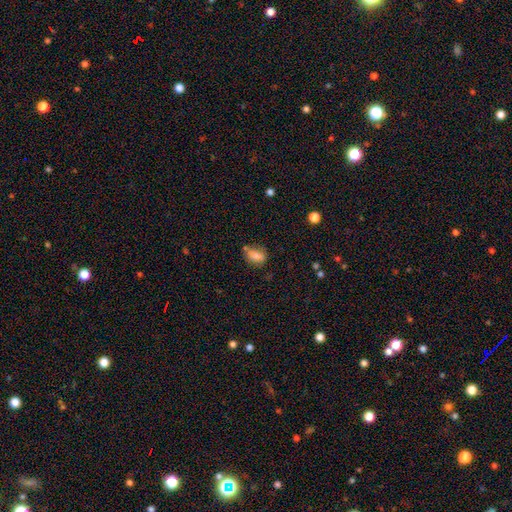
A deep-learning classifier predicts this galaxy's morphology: The model was most divided on "merging": none: 59%, minor disturbance: 24%, merger: 10%, major disturbance: 6%. More confident: smooth or featured — smooth (78%); how rounded — in between (74%).